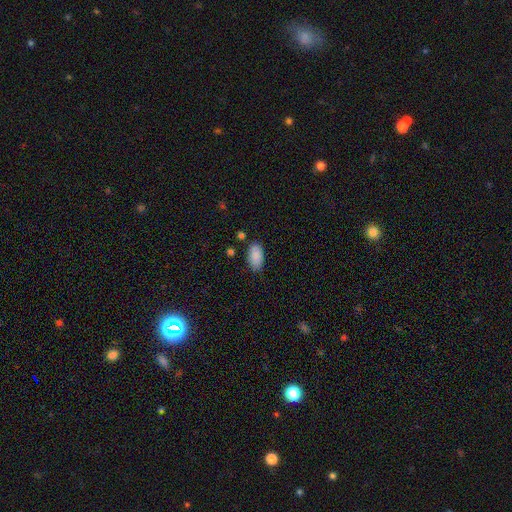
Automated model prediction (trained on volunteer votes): This appears to be a smooth galaxy with no disk features (89%) that is in between round and cigar-shaped (94%). Merging: none (80%).